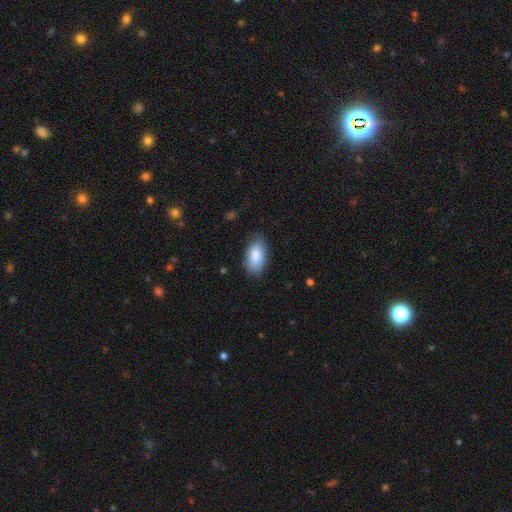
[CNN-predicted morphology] This is clearly a smooth galaxy (87%). How rounded: clearly in between (94%). Merging: likely none (79%).